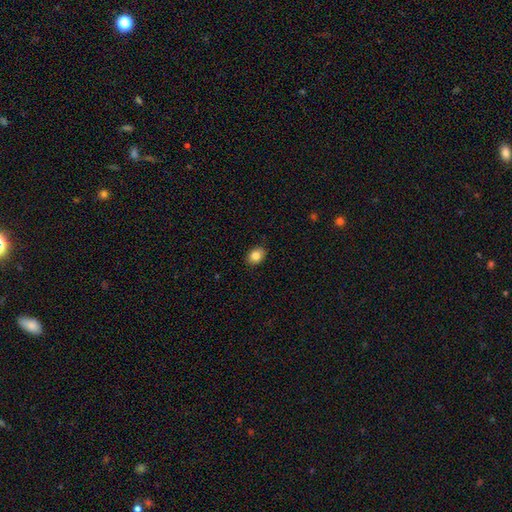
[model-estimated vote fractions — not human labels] A smooth galaxy with no disk features (84%) that is in between round and cigar-shaped (66%). Merging: none (88%).